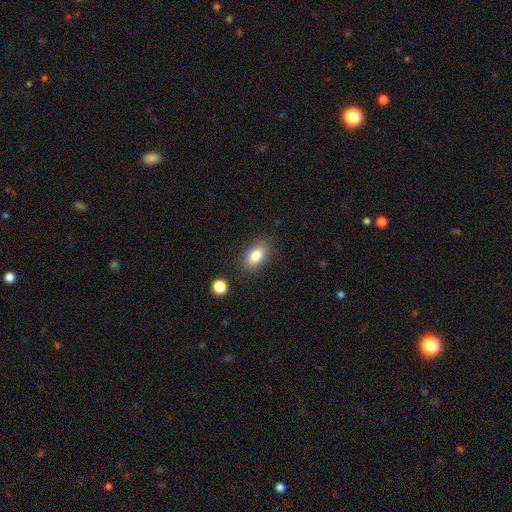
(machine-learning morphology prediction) type=smooth (81%); roundness=in between (87%); merging=none (83%).